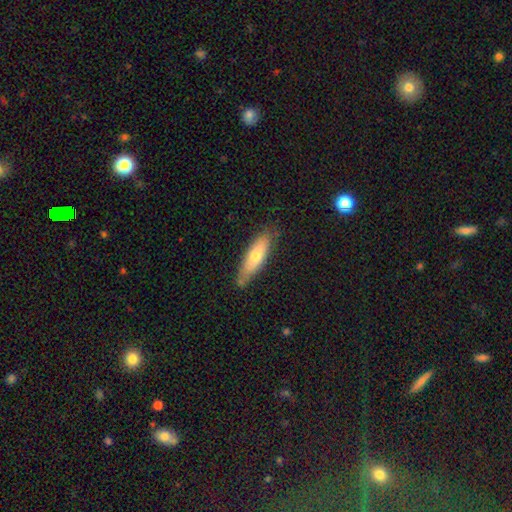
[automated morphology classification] Smooth or featured: smooth — 64% (featured or disk — 30%)
How rounded: cigar-shaped — 59% (in between — 40%)
Merging: none — 76% (minor disturbance — 17%)